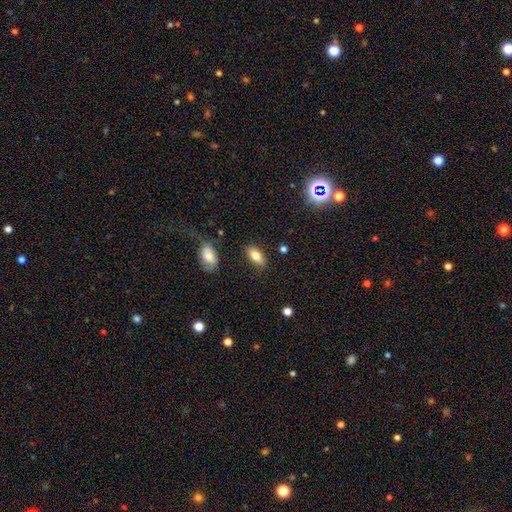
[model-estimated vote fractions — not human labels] Overall: smooth (80%). How rounded: in between (89%). Merging: none (84%).